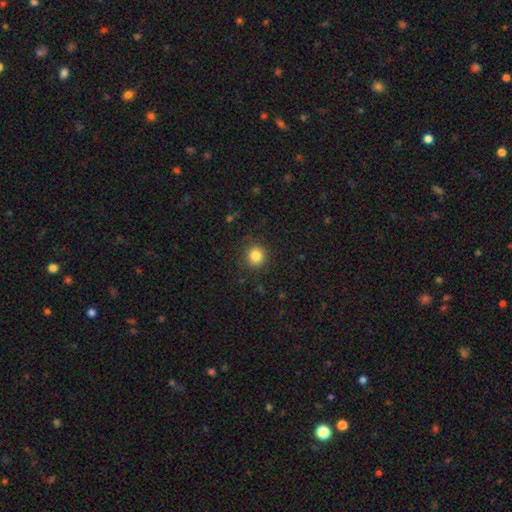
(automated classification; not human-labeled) Morphology: type=smooth (84%); roundness=round (92%); merging=none (89%).